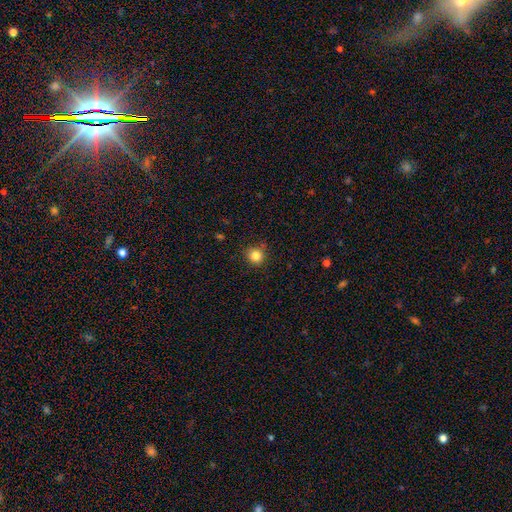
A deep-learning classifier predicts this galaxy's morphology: This appears to be a smooth galaxy with no disk features (83%) that is round (92%). Merging: none (86%).